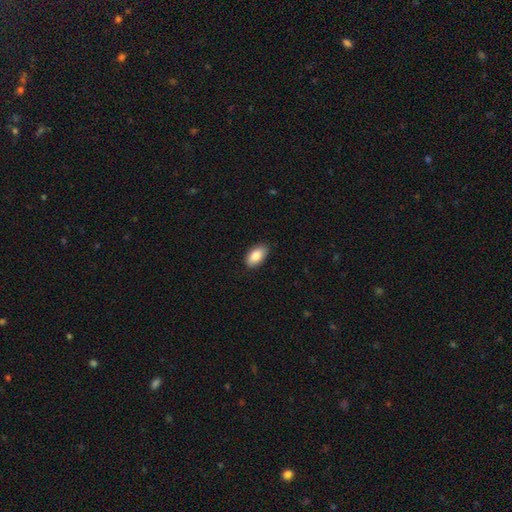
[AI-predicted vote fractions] Q: Smooth or featured?
A: smooth (88%); runner-up: star or artifact (6%)
Q: How rounded?
A: in between (94%); runner-up: round (3%)
Q: Merging?
A: none (86%); runner-up: minor disturbance (11%)